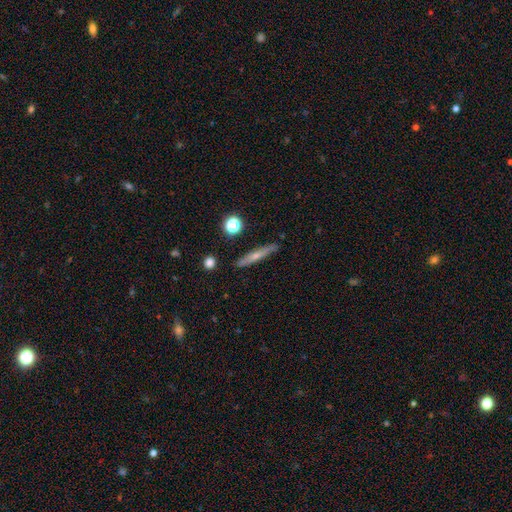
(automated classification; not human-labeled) Smooth or featured?
  - smooth: 48% *
  - featured or disk: 44%
  - star or artifact: 8%
Merging?
  - none: 85% *
  - minor disturbance: 11%
  - merger: 2%
  - major disturbance: 2%